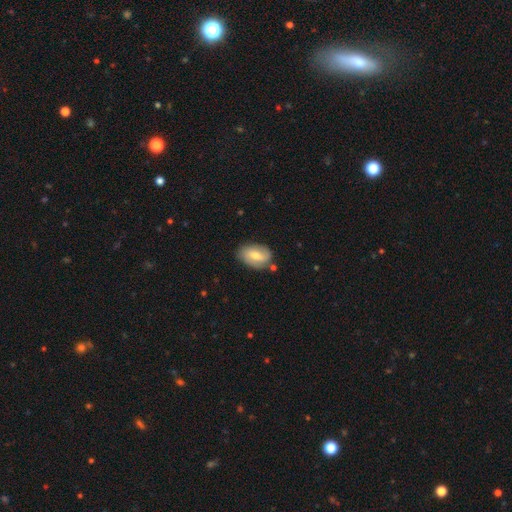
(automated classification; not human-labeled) Smooth or featured? Predicted: smooth (p=0.60). How rounded? Predicted: in between (p=0.88). Merging? Predicted: none (p=0.73).